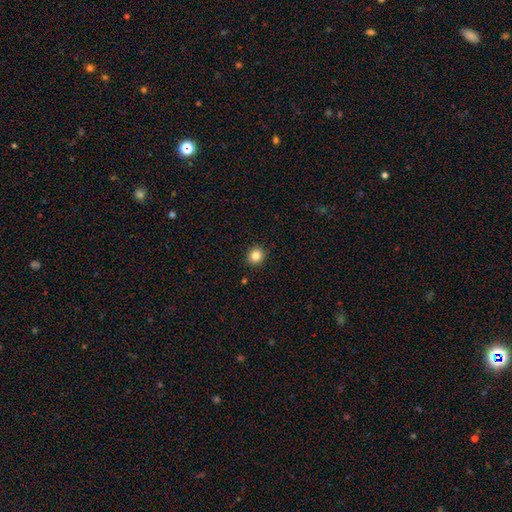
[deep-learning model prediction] This is clearly a smooth galaxy (84%). How rounded: clearly round (85%). Merging: clearly none (92%).